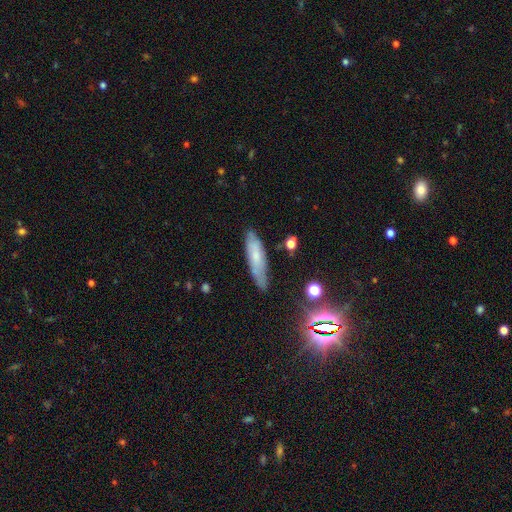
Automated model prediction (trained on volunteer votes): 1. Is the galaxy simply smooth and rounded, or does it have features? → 56% smooth, 34% featured or disk, 10% star or artifact.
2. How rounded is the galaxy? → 69% cigar-shaped, 29% in between, 2% round.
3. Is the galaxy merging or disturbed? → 71% none, 21% minor disturbance, 5% major disturbance, 2% merger.